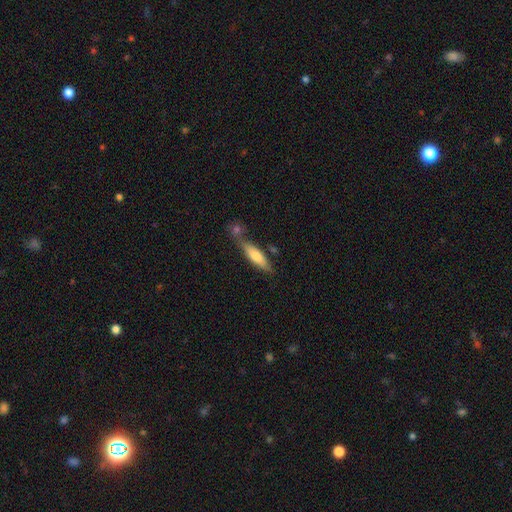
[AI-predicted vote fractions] smooth-or-featured: smooth: 65% | featured or disk: 28% | star or artifact: 7%
  how-rounded: cigar-shaped: 69% | in between: 29% | round: 2%
  merging: none: 61% | merger: 18% | minor disturbance: 17% | major disturbance: 5%